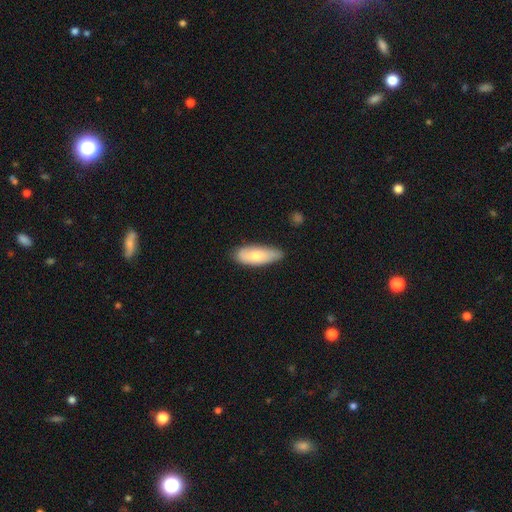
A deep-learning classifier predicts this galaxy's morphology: smooth-or-featured: smooth: 68% | featured or disk: 27% | star or artifact: 6%
  how-rounded: in between: 74% | cigar-shaped: 24% | round: 2%
  merging: none: 70% | minor disturbance: 24% | major disturbance: 4% | merger: 2%